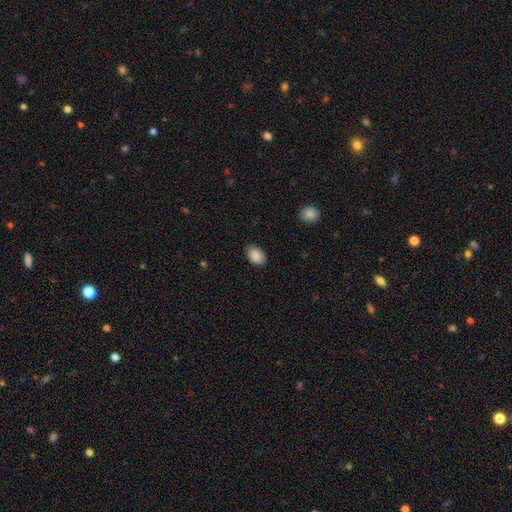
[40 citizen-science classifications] smooth 90%, featured or disk 5%, star or artifact 5%. Down the decision tree: how rounded — in between (83%); merging — none (87%).